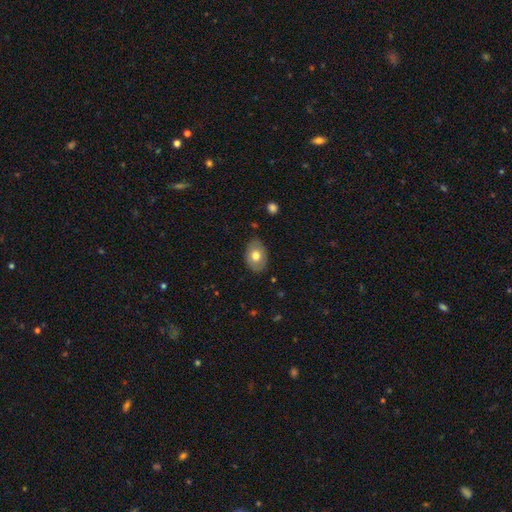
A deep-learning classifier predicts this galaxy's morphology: This appears to be a smooth galaxy with no disk features (67%) that is in between round and cigar-shaped (78%). Merging: none (82%).